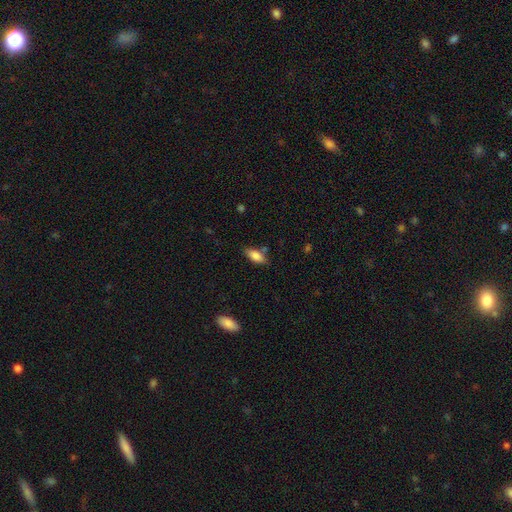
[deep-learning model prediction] The model was most divided on "merging": none: 73%, minor disturbance: 17%, merger: 6%, major disturbance: 4%. More confident: how rounded — in between (84%); smooth or featured — smooth (82%).